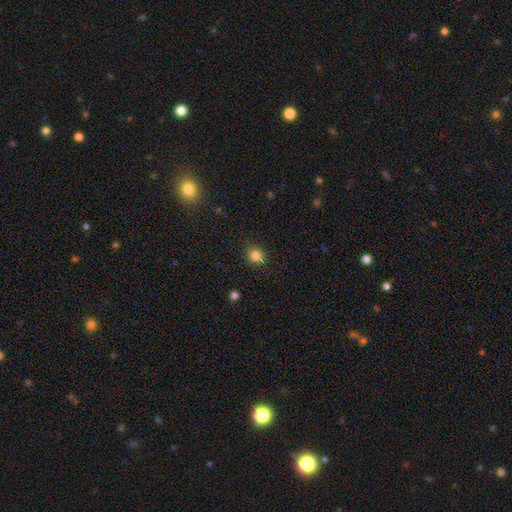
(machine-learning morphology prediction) Q: Smooth or featured?
A: smooth (83%); runner-up: star or artifact (12%)
Q: How rounded?
A: round (77%); runner-up: in between (22%)
Q: Merging?
A: none (87%); runner-up: minor disturbance (9%)